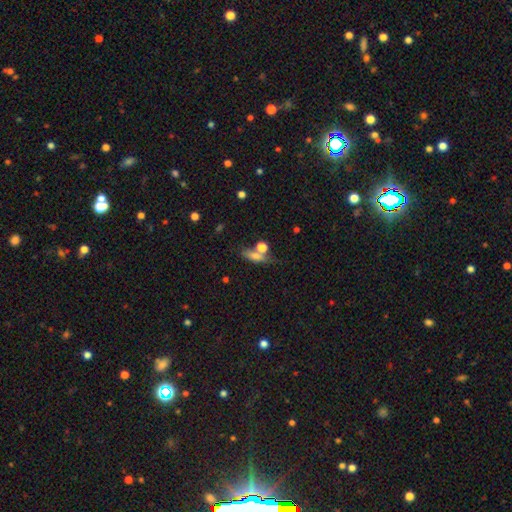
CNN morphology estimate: A smooth galaxy with no disk features (67%) that is in between round and cigar-shaped (45%).

Vote fractions:
- Smooth or featured? smooth: 67% / featured or disk: 20% / star or artifact: 13%
- How rounded? in between: 45% / cigar-shaped: 40% / round: 15%
- Merging? none: 55% / merger: 22% / minor disturbance: 15% / major disturbance: 8%